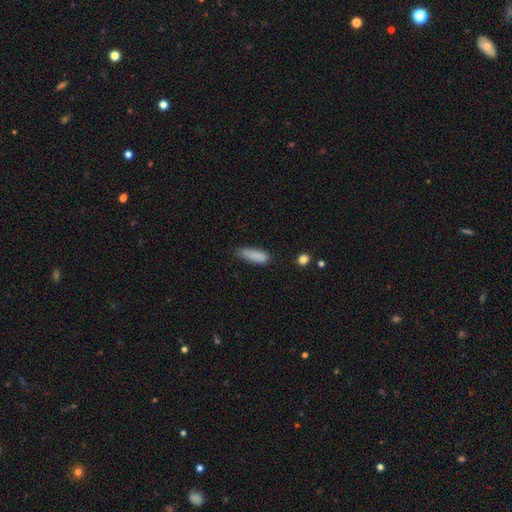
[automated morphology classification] This is clearly a smooth galaxy (86%). How rounded: possibly cigar-shaped (54%). Merging: likely none (67%).